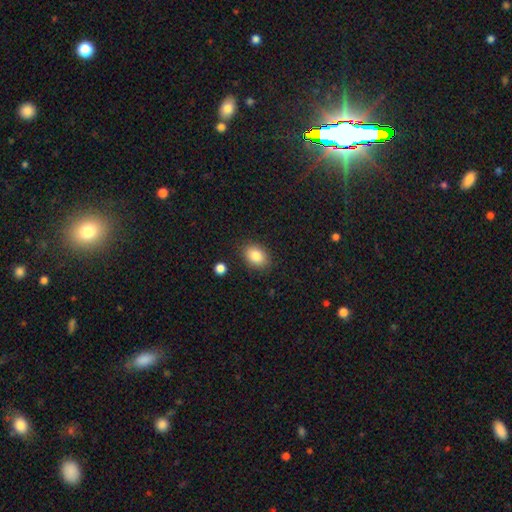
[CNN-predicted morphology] Smooth or featured? Predicted: smooth (p=0.84). How rounded? Predicted: in between (p=0.75). Merging? Predicted: none (p=0.85).